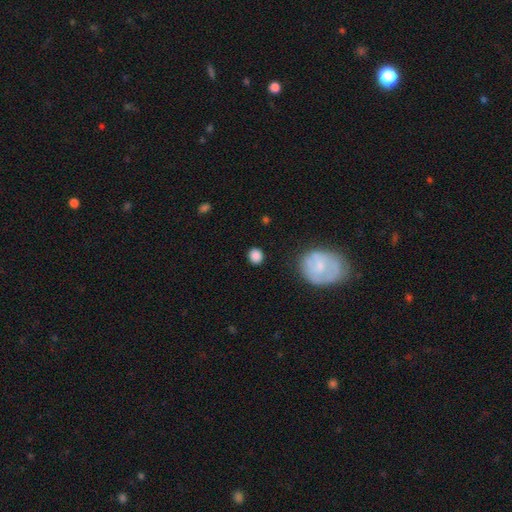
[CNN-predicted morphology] This is clearly a smooth galaxy (85%). How rounded: clearly round (81%). Merging: clearly none (84%).